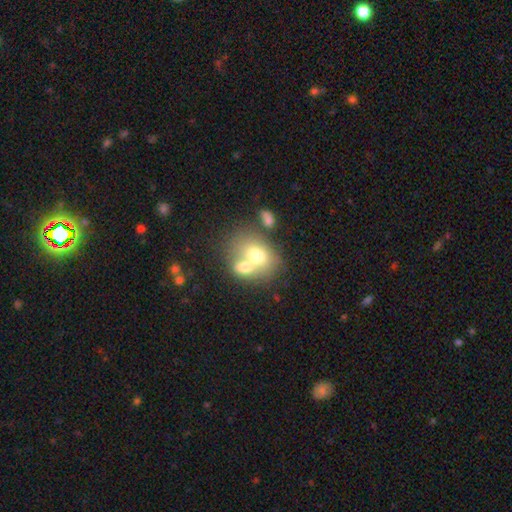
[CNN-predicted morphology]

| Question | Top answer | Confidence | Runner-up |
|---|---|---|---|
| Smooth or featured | smooth | 67% | featured or disk (24%) |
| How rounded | in between | 61% | round (38%) |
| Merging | merger | 61% | none (26%) |